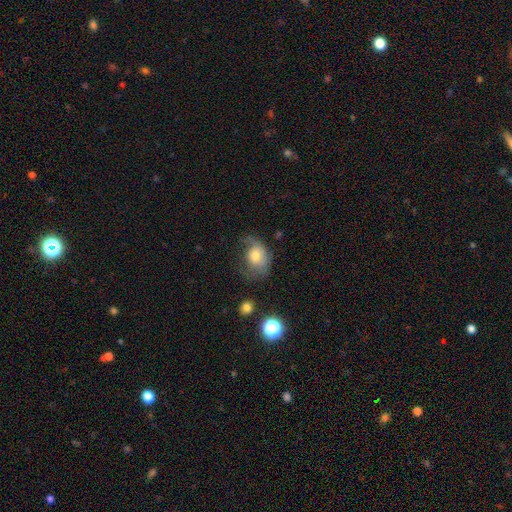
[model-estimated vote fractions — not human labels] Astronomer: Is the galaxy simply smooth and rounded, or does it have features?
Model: smooth — 62%.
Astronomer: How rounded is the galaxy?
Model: in between — 50% (runner-up: round, 49%).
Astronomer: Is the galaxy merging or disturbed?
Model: major disturbance — 36% (runner-up: none, 32%).